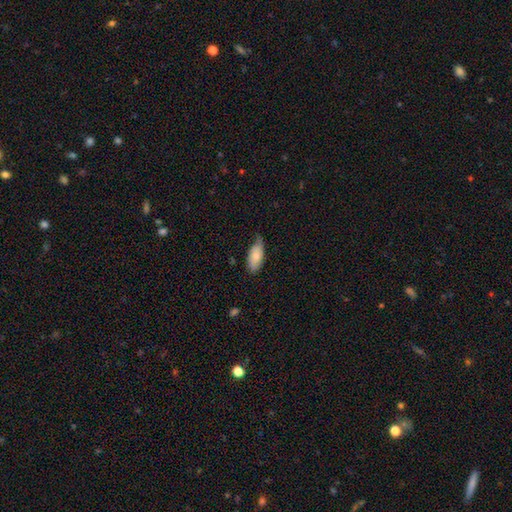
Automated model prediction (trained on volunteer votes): Smooth or featured?
  - smooth: 75% *
  - featured or disk: 19%
  - star or artifact: 6%
How rounded?
  - in between: 90% *
  - cigar-shaped: 8%
  - round: 2%
Merging?
  - none: 50% *
  - minor disturbance: 39%
  - major disturbance: 9%
  - merger: 2%